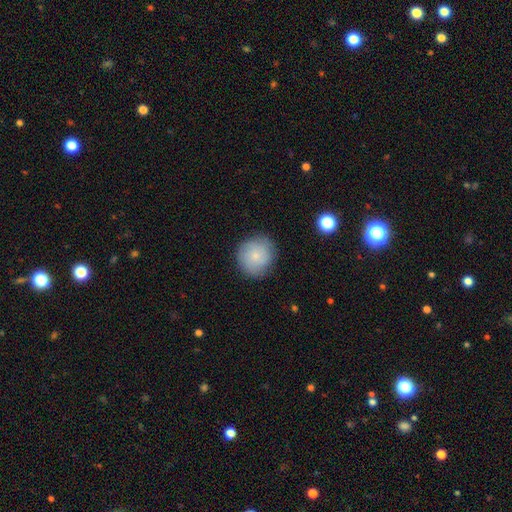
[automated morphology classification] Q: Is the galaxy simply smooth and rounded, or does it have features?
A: smooth — 77%.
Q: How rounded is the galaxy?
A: round — 90%.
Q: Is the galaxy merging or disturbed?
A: none — 84%.